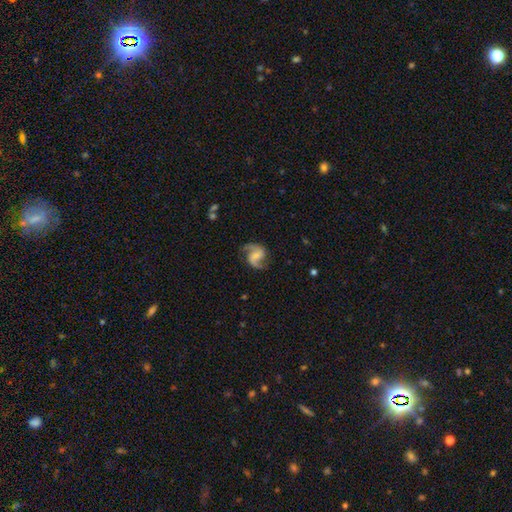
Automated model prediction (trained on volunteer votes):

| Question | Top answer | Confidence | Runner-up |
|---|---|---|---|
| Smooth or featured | featured or disk | 88% | smooth (7%) |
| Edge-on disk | no | 98% | yes (2%) |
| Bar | no | 44% | weak (42%) |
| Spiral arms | yes | 97% | no (3%) |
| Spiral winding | medium | 49% | loose (40%) |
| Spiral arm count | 2 | 92% | 1 (2%) |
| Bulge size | small | 50% | moderate (32%) |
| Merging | none | 78% | minor disturbance (15%) |